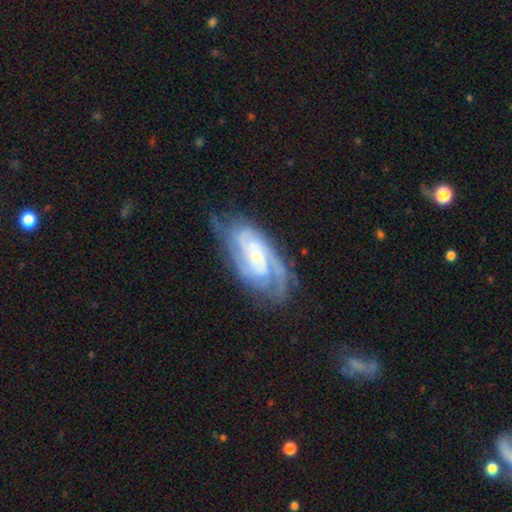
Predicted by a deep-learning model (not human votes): Smooth or featured?
  - featured or disk: 88% *
  - smooth: 7%
  - star or artifact: 5%
Edge-on disk?
  - no: 95% *
  - yes: 5%
Bar?
  - no: 57% *
  - weak: 33%
  - strong: 10%
Spiral arms?
  - yes: 97% *
  - no: 3%
Spiral winding?
  - tight: 64% *
  - medium: 31%
  - loose: 5%
Spiral arm count?
  - 2: 32% *
  - 3: 27%
  - can't tell: 21%
  - 4: 11%
  - more than 4: 5%
  - 1: 5%
Bulge size?
  - small: 59% *
  - moderate: 34%
  - none: 4%
  - large: 3%
  - dominant: 1%
Merging?
  - none: 71% *
  - minor disturbance: 20%
  - major disturbance: 7%
  - merger: 2%